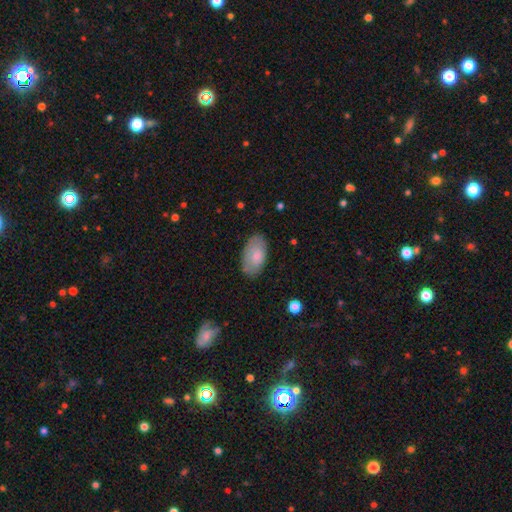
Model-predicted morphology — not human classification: This is likely a smooth galaxy (77%). How rounded: clearly in between (95%). Merging: likely none (79%).